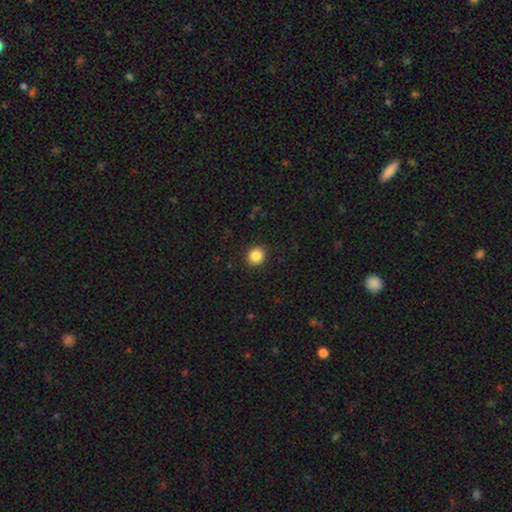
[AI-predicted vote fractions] Q: Smooth or featured?
A: smooth (86%); runner-up: star or artifact (10%)
Q: How rounded?
A: round (85%); runner-up: in between (14%)
Q: Merging?
A: none (91%); runner-up: minor disturbance (6%)